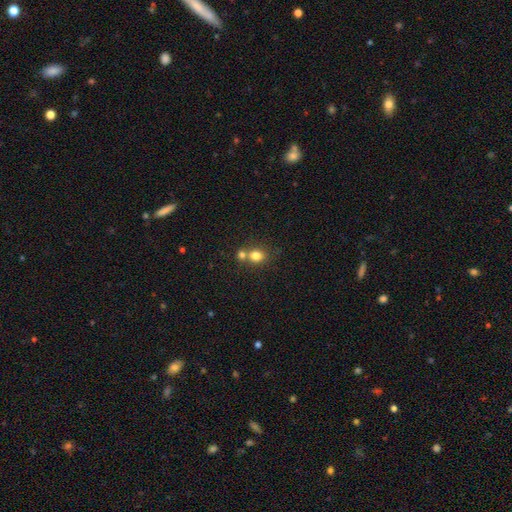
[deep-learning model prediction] This is likely a smooth galaxy (79%). How rounded: likely round (67%). Merging: possibly none (46%).